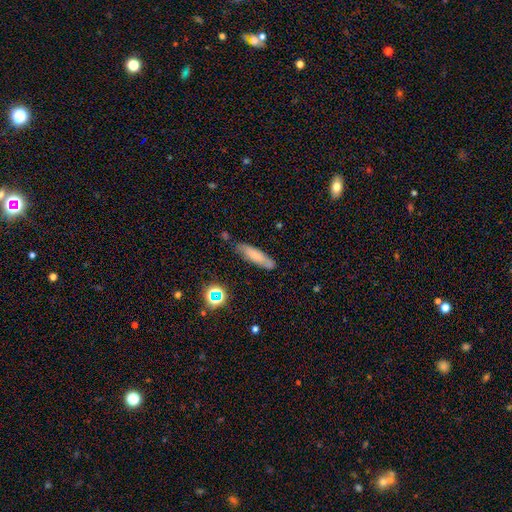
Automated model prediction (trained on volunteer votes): smooth_or_featured: smooth (p=0.67) [alt: featured or disk p=0.23]
how_rounded: cigar-shaped (p=0.68) [alt: in between p=0.30]
merging: none (p=0.76) [alt: minor disturbance p=0.17]